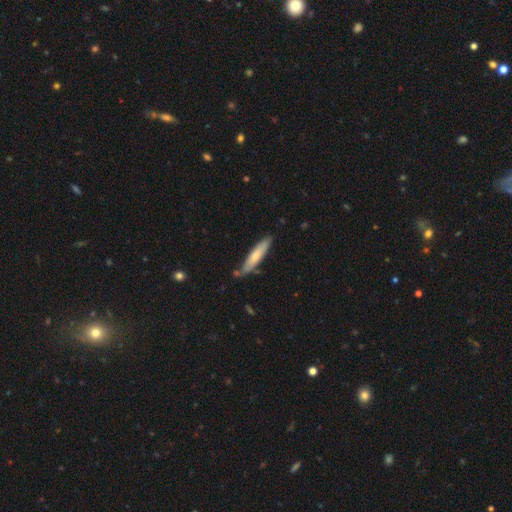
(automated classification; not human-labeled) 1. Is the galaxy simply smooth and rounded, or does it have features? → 65% smooth, 30% featured or disk, 5% star or artifact.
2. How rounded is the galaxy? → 86% cigar-shaped, 13% in between, 1% round.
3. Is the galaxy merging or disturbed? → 76% none, 16% minor disturbance, 5% merger, 3% major disturbance.